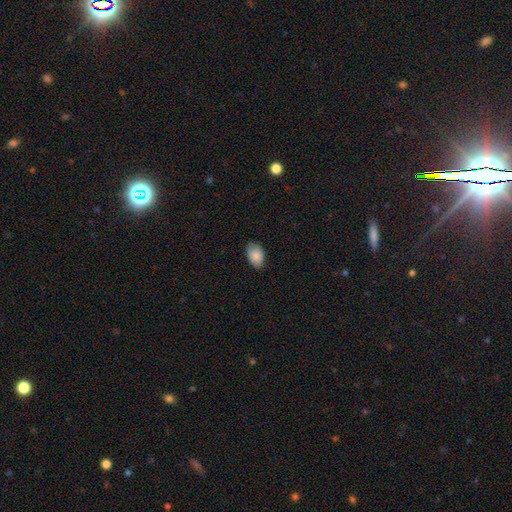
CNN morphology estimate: A smooth galaxy with no disk features (88%) that is in between round and cigar-shaped (88%). Merging: none (78%).